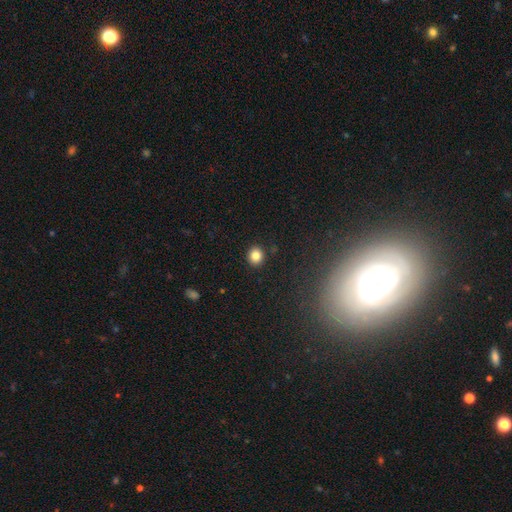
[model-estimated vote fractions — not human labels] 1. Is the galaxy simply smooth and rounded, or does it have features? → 84% smooth, 11% star or artifact, 5% featured or disk.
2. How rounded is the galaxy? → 82% round, 17% in between, 1% cigar-shaped.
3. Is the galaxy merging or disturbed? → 91% none, 6% minor disturbance, 2% major disturbance, 1% merger.